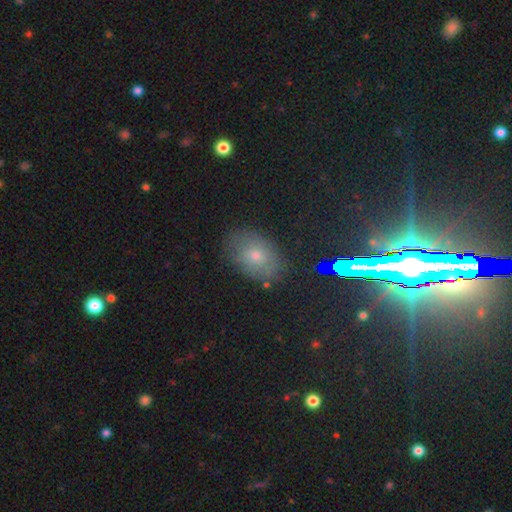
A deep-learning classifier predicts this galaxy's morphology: This is likely a smooth galaxy (61%). How rounded: likely in between (79%). Merging: likely none (79%).